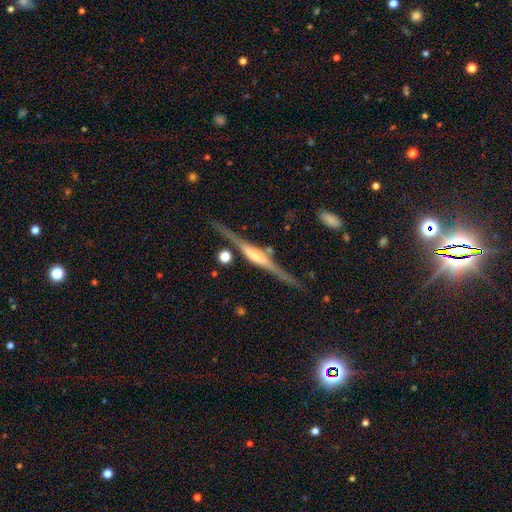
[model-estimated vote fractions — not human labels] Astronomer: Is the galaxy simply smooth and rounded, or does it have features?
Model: featured or disk — 84%.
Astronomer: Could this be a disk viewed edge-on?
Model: yes — 98%.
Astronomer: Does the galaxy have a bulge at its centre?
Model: rounded — 68%.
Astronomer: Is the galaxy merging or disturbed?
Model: none — 80%.